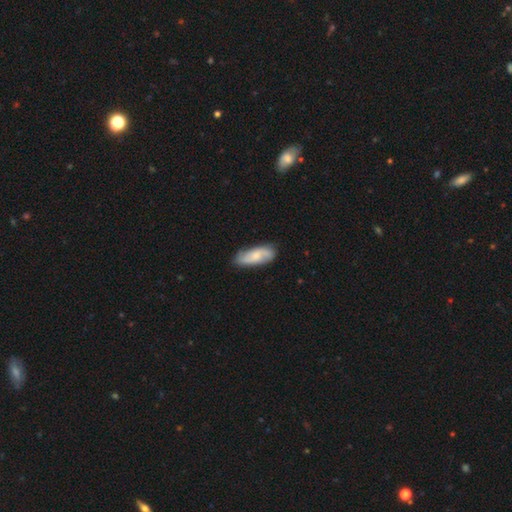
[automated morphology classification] Overall: smooth (54%; featured or disk 40%). How rounded: in between (73%). Merging: none (78%).